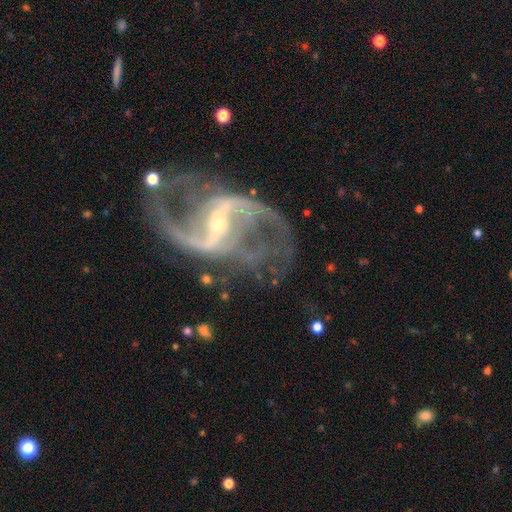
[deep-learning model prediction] Smooth or featured?
  - featured or disk: 92% *
  - star or artifact: 6%
  - smooth: 2%
Edge-on disk?
  - no: 97% *
  - yes: 3%
Bar?
  - strong: 63% *
  - weak: 26%
  - no: 11%
Spiral arms?
  - yes: 97% *
  - no: 3%
Spiral winding?
  - loose: 54% *
  - medium: 37%
  - tight: 9%
Spiral arm count?
  - 2: 90% *
  - can't tell: 3%
  - 3: 3%
  - 1: 2%
  - 4: 2%
  - more than 4: 2%
Bulge size?
  - small: 81% *
  - moderate: 15%
  - none: 2%
  - large: 1%
  - dominant: 1%
Merging?
  - none: 65% *
  - major disturbance: 16%
  - minor disturbance: 15%
  - merger: 4%